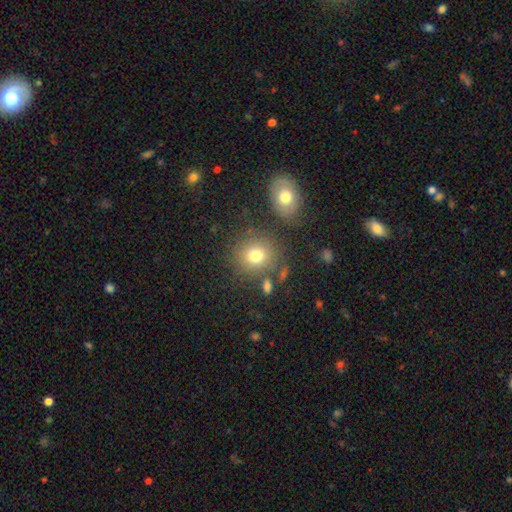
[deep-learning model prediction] A smooth galaxy with no disk features (76%) that is round (83%).

Vote fractions:
- Smooth or featured? smooth: 76% / star or artifact: 13% / featured or disk: 11%
- How rounded? round: 83% / in between: 16% / cigar-shaped: 1%
- Merging? none: 75% / minor disturbance: 10% / merger: 10% / major disturbance: 5%